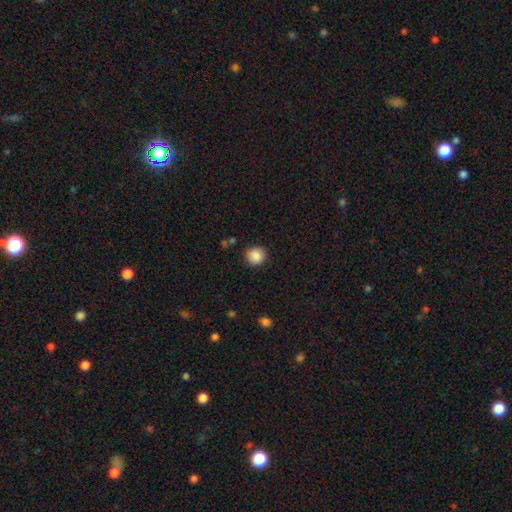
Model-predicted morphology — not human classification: smooth_or_featured: smooth (p=0.88) [alt: star or artifact p=0.09]
how_rounded: round (p=0.91) [alt: in between p=0.08]
merging: none (p=0.88) [alt: minor disturbance p=0.08]